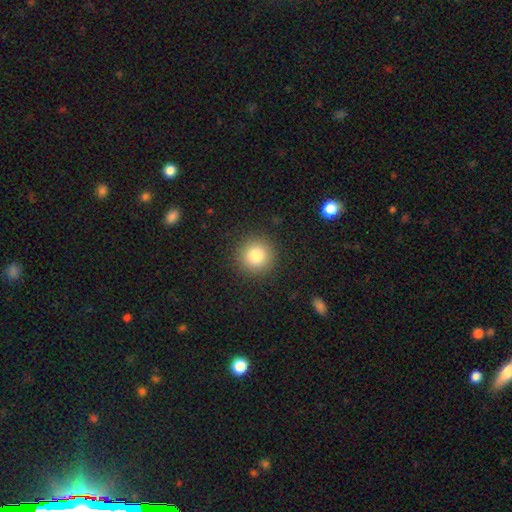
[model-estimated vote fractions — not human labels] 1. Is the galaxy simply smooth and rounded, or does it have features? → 82% smooth, 11% star or artifact, 7% featured or disk.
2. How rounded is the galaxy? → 95% round, 4% in between, 1% cigar-shaped.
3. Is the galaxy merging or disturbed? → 91% none, 6% minor disturbance, 2% major disturbance, 1% merger.